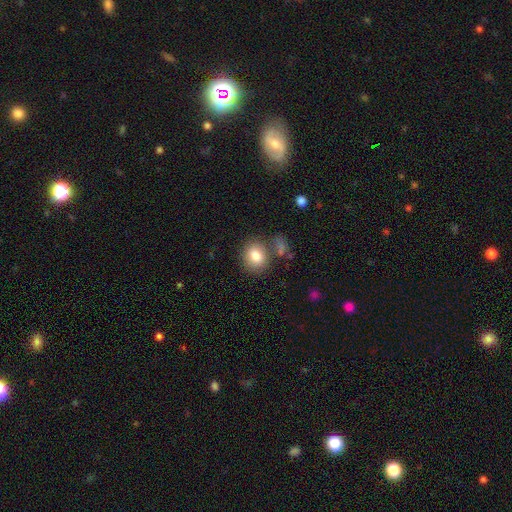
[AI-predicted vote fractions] This appears to be a smooth galaxy with no disk features (82%) that is round (67%). Merging: none (69%).